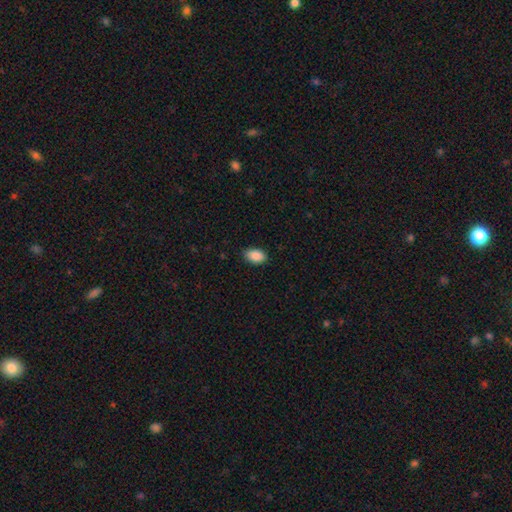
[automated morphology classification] This appears to be a smooth galaxy with no disk features (90%) that is in between round and cigar-shaped (90%). Merging: none (85%).